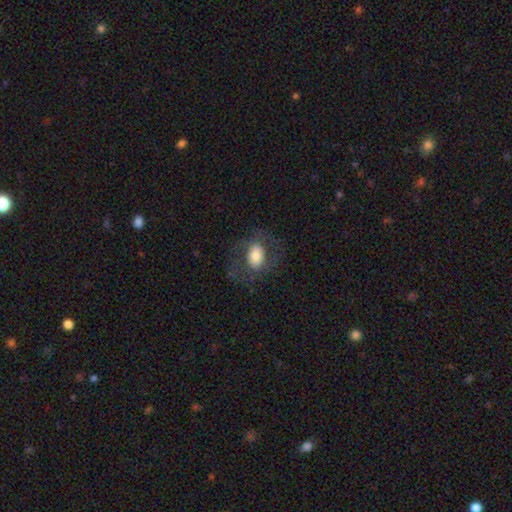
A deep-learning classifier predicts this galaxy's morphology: Smooth or featured: smooth — 66% (featured or disk — 26%)
How rounded: in between — 74% (round — 25%)
Merging: none — 65% (major disturbance — 17%)